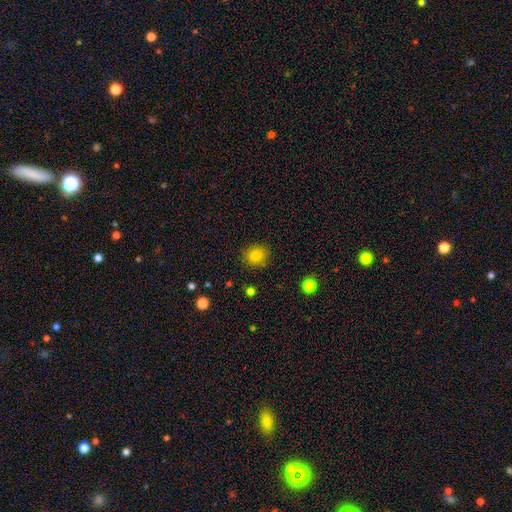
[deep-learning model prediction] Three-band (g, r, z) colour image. It shows a smooth galaxy with no disk features (83%) that is round (78%). Merging: none (87%).